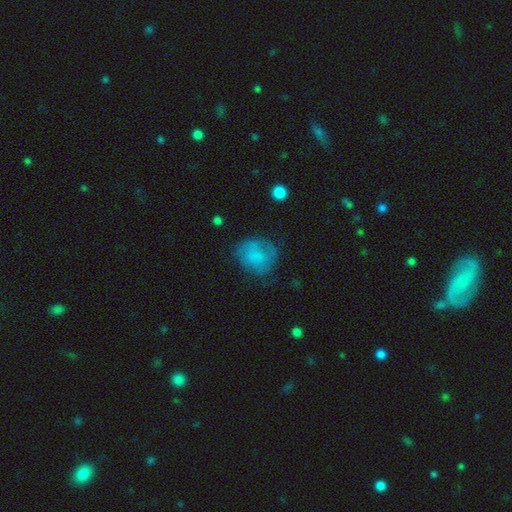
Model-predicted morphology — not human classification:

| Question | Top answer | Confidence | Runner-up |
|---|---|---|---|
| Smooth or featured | smooth | 65% | featured or disk (25%) |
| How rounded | round | 63% | in between (36%) |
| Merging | none | 55% | minor disturbance (27%) |